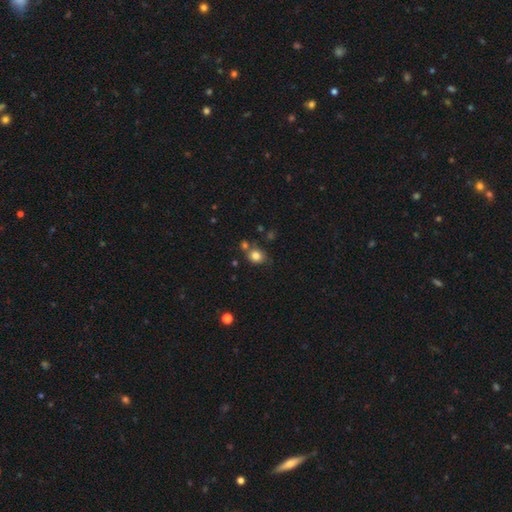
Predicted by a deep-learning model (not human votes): Smooth or featured?
  - smooth: 81% *
  - star or artifact: 12%
  - featured or disk: 7%
How rounded?
  - round: 72% *
  - in between: 27%
  - cigar-shaped: 1%
Merging?
  - none: 65% *
  - merger: 17%
  - minor disturbance: 14%
  - major disturbance: 4%